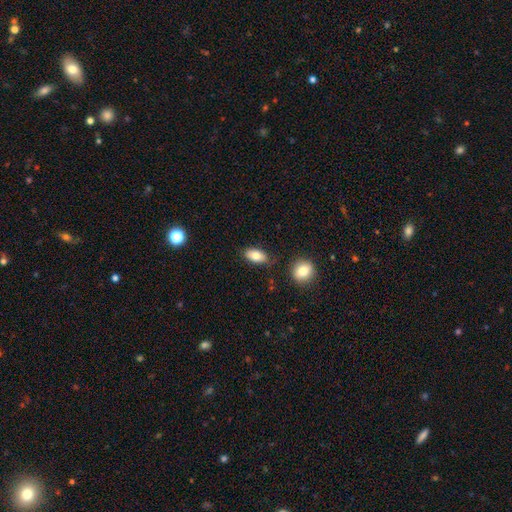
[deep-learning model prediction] smooth 80%, featured or disk 12%, star or artifact 8%. Down the decision tree: how rounded — in between (90%); merging — none (78%).